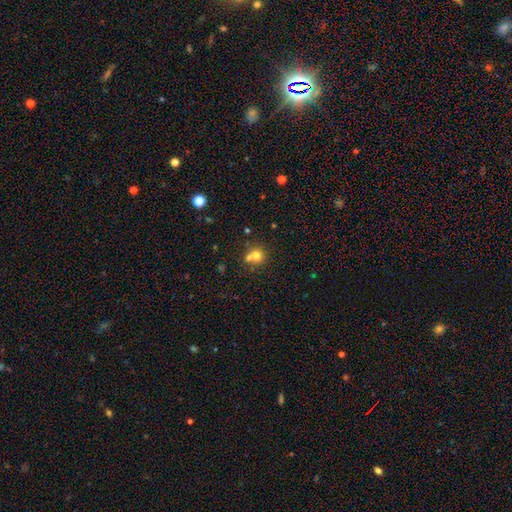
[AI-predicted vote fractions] Smooth or featured: smooth — 73% (star or artifact — 14%)
How rounded: round — 86% (in between — 13%)
Merging: none — 48% (merger — 41%)